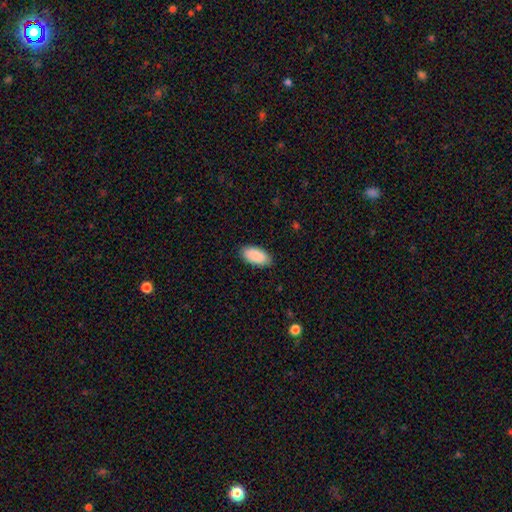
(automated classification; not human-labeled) Overall: smooth (90%). How rounded: in between (94%). Merging: none (88%).